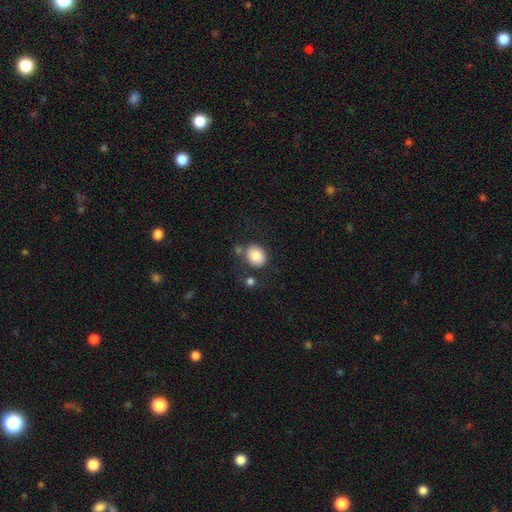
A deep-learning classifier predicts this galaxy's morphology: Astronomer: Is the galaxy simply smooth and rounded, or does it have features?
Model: smooth — 83%.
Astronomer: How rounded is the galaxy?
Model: round — 60% (runner-up: in between, 39%).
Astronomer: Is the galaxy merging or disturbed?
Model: none — 73%.